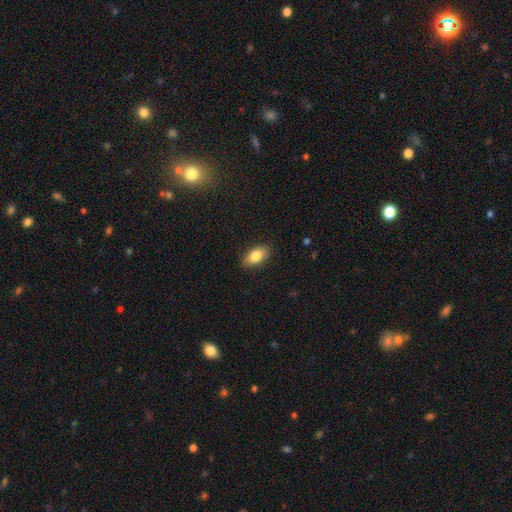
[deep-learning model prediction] Smooth or featured? Predicted: smooth (p=0.82). How rounded? Predicted: in between (p=0.91). Merging? Predicted: none (p=0.87).